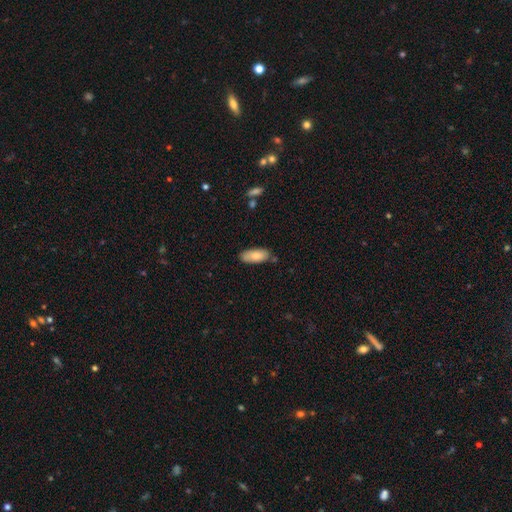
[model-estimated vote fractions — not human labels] A smooth galaxy with no disk features (82%) that is in between round and cigar-shaped (84%). Merging: none (75%).